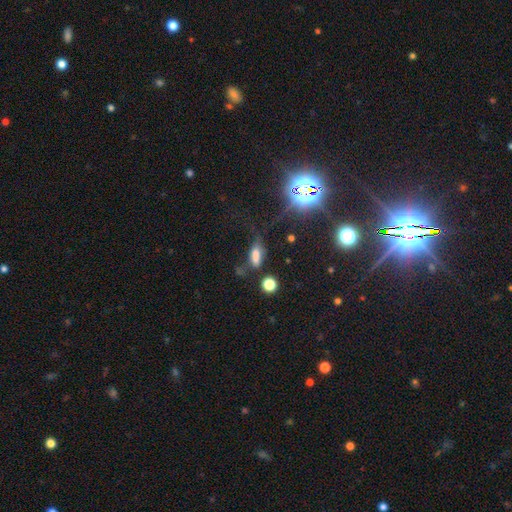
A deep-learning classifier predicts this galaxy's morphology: type=smooth (67%); roundness=in between (70%); merging=none (42%).